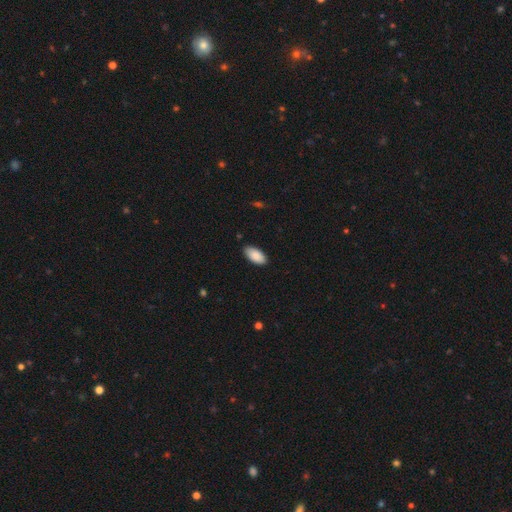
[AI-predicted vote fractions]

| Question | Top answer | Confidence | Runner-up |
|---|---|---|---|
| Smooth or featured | smooth | 89% | star or artifact (6%) |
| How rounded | in between | 94% | cigar-shaped (4%) |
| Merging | none | 88% | minor disturbance (10%) |